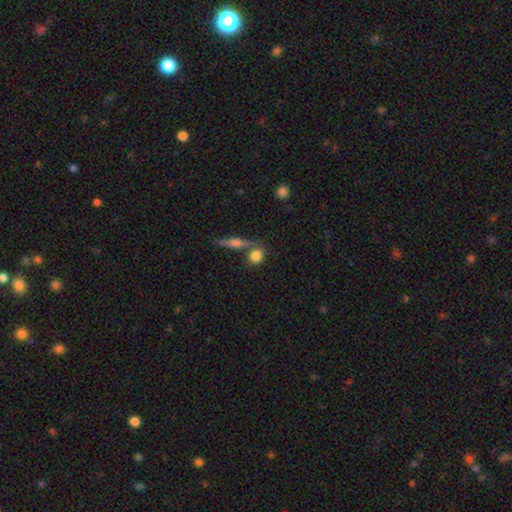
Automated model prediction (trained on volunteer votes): This appears to be a smooth galaxy with no disk features (80%) that is round (72%). Merging: none (63%).